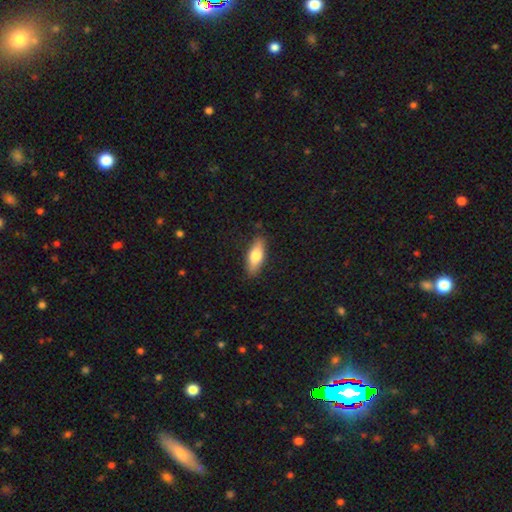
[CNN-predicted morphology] type=smooth (73%); roundness=in between (67%); merging=none (86%).